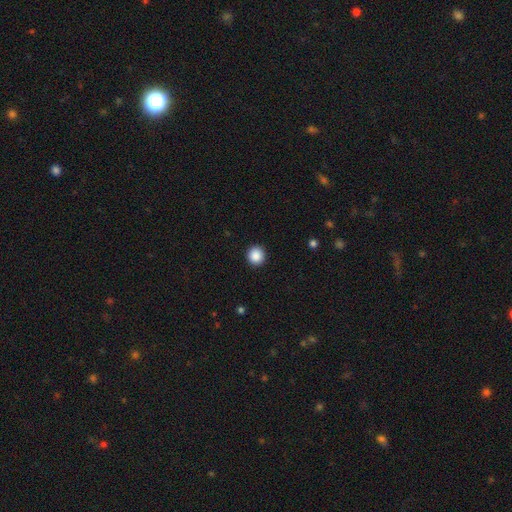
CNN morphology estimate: This is clearly a smooth galaxy (88%). How rounded: clearly round (93%). Merging: clearly none (93%).